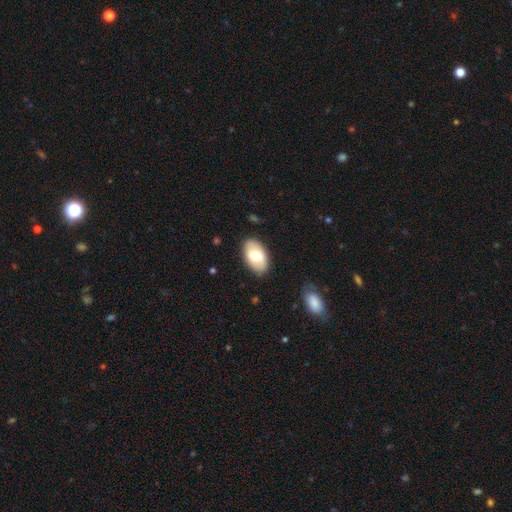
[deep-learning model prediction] smooth_or_featured: smooth (p=0.66) [alt: featured or disk p=0.28]
how_rounded: in between (p=0.93) [alt: round p=0.05]
merging: none (p=0.85) [alt: minor disturbance p=0.11]